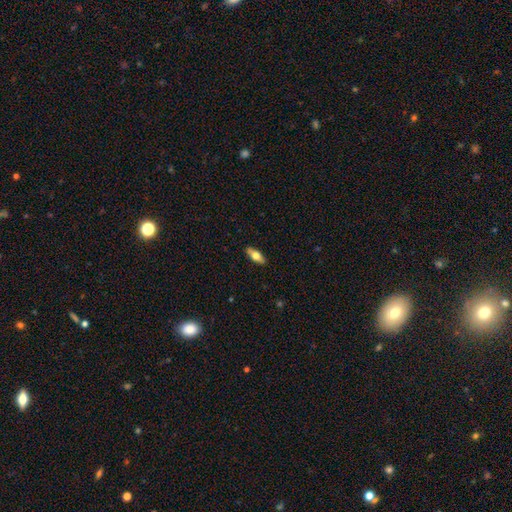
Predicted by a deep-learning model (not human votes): This is possibly a smooth galaxy (54%). How rounded: likely in between (68%). Merging: clearly none (89%).